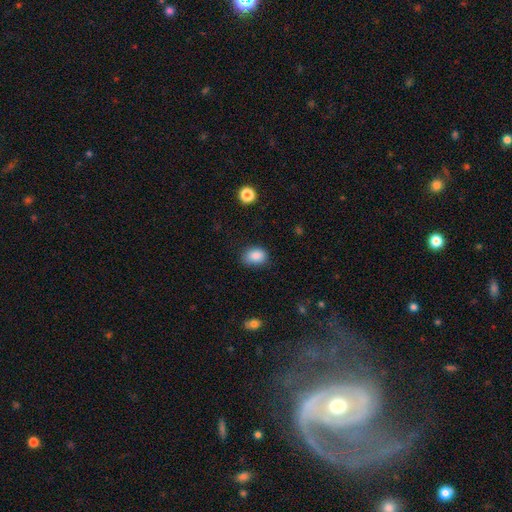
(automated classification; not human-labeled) smooth-or-featured: smooth: 87% | star or artifact: 9% | featured or disk: 4%
  how-rounded: in between: 69% | round: 29% | cigar-shaped: 1%
  merging: none: 75% | minor disturbance: 19% | major disturbance: 4% | merger: 1%